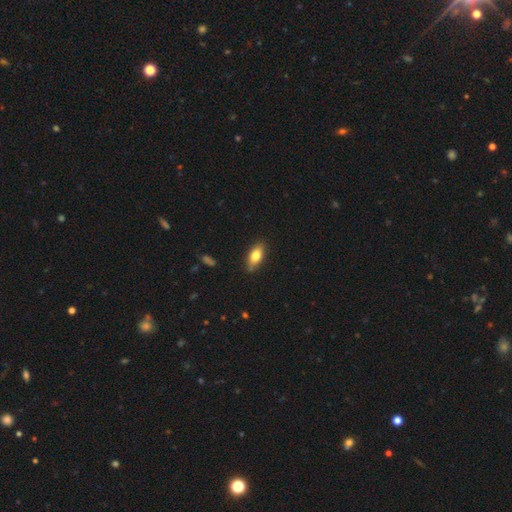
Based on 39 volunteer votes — A smooth galaxy with no disk features (67%) that is in between round and cigar-shaped (85%).

Vote fractions:
- Smooth or featured? smooth: 67% / featured or disk: 21% / star or artifact: 13%
- How rounded? in between: 85% / round: 8% / cigar-shaped: 8%
- Merging? none: 74% / minor disturbance: 24% / major disturbance: 3% / merger: 0%